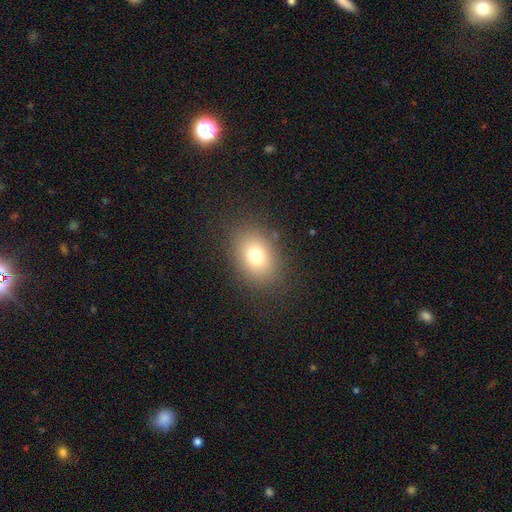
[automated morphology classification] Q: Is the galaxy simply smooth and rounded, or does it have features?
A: smooth — 76%.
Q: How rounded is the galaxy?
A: in between — 67%.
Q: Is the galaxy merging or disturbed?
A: none — 85%.